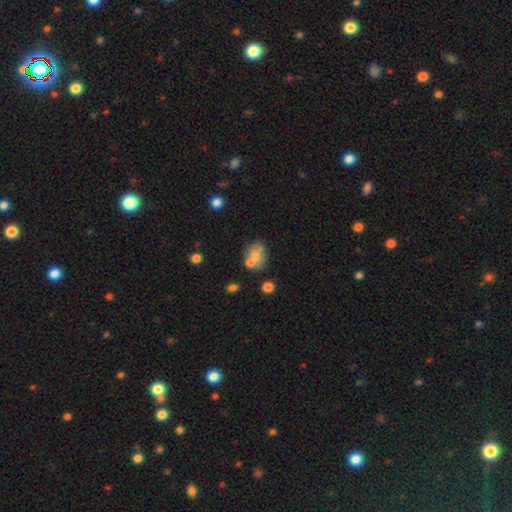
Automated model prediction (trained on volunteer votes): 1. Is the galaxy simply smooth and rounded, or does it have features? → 58% smooth, 31% featured or disk, 10% star or artifact.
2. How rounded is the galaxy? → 50% round, 49% in between, 1% cigar-shaped.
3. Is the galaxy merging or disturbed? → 43% none, 35% merger, 15% minor disturbance, 7% major disturbance.